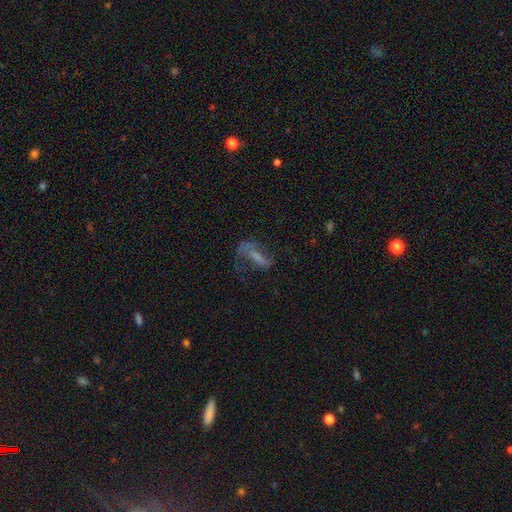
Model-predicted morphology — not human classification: Smooth or featured: featured or disk — 56% (smooth — 29%)
Edge-on disk: no — 89% (yes — 11%)
Merging: none — 42% (major disturbance — 36%)